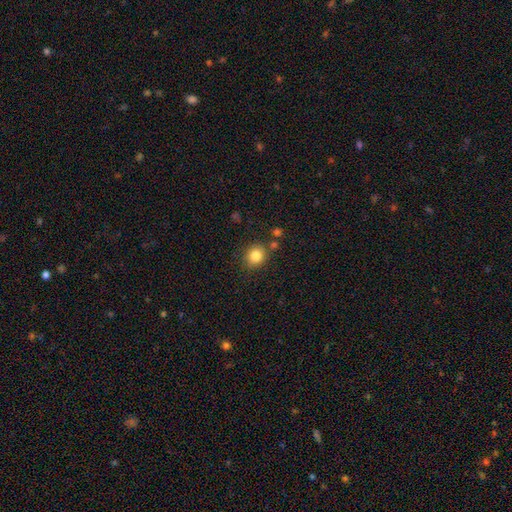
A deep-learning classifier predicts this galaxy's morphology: smooth_or_featured: smooth (p=0.83) [alt: star or artifact p=0.11]
how_rounded: round (p=0.81) [alt: in between p=0.19]
merging: none (p=0.80) [alt: minor disturbance p=0.10]